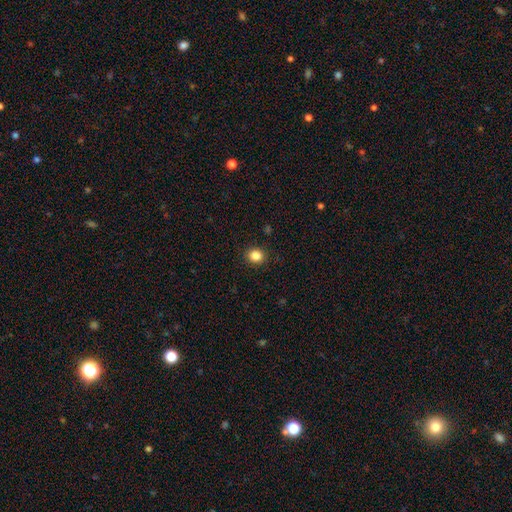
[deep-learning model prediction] Smooth or featured: smooth — 86% (star or artifact — 11%)
How rounded: round — 75% (in between — 25%)
Merging: none — 90% (minor disturbance — 7%)